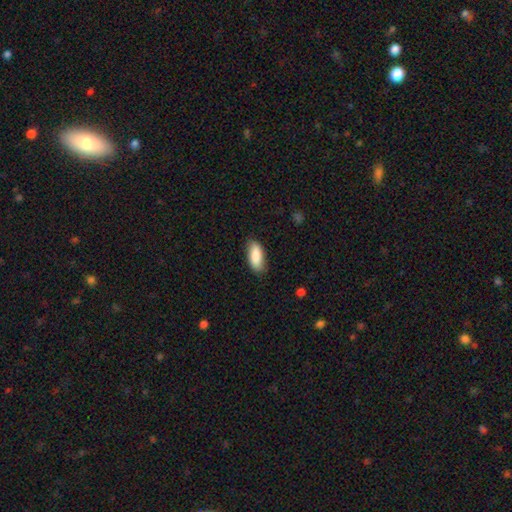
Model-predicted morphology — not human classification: Q: Smooth or featured?
A: smooth (86%); runner-up: featured or disk (8%)
Q: How rounded?
A: in between (84%); runner-up: cigar-shaped (14%)
Q: Merging?
A: none (81%); runner-up: minor disturbance (15%)